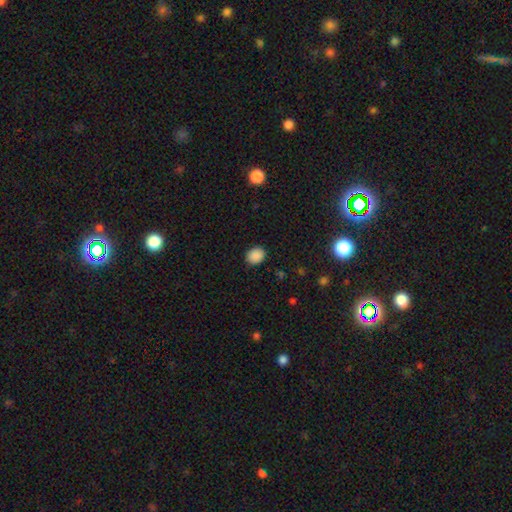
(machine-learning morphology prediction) Q: Smooth or featured?
A: smooth (88%); runner-up: star or artifact (9%)
Q: How rounded?
A: in between (51%); runner-up: round (48%)
Q: Merging?
A: none (88%); runner-up: minor disturbance (8%)